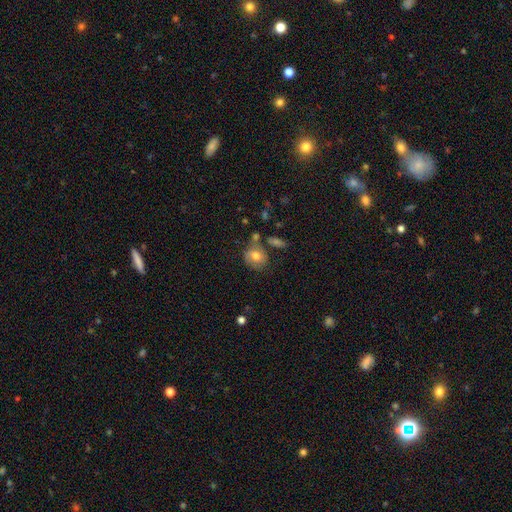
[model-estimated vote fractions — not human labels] This appears to be a smooth galaxy with no disk features (67%) that is round (68%). Merging: none (59%).